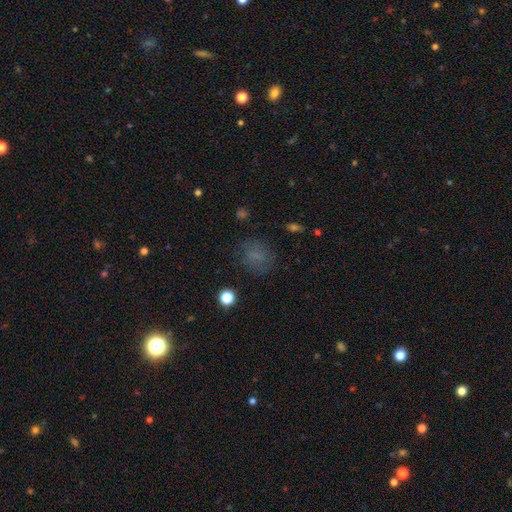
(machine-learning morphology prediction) A smooth galaxy with no disk features (61%) that is round (62%).

Vote fractions:
- Smooth or featured? smooth: 61% / star or artifact: 21% / featured or disk: 18%
- How rounded? round: 62% / in between: 36% / cigar-shaped: 2%
- Merging? none: 73% / minor disturbance: 16% / major disturbance: 9% / merger: 2%